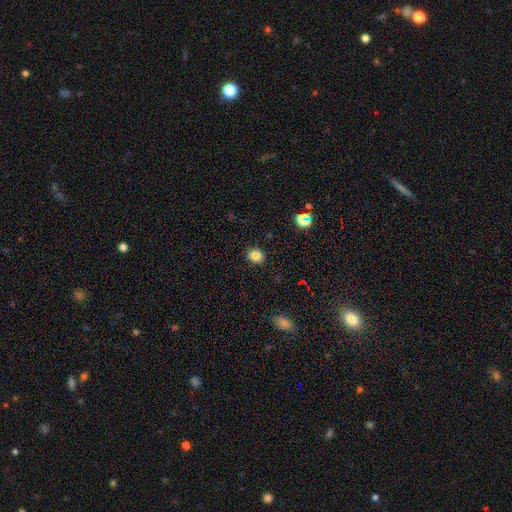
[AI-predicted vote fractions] smooth 83%, star or artifact 13%, featured or disk 4%. Down the decision tree: how rounded — round (77%); merging — none (90%).